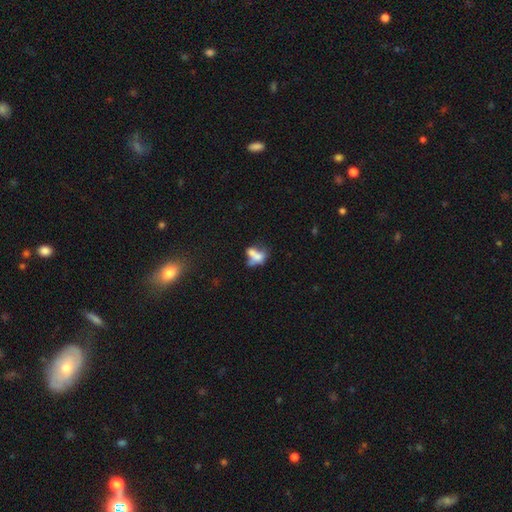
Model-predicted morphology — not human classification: Q: Smooth or featured?
A: smooth (59%); runner-up: featured or disk (29%)
Q: How rounded?
A: in between (71%); runner-up: round (24%)
Q: Merging?
A: merger (58%); runner-up: none (21%)